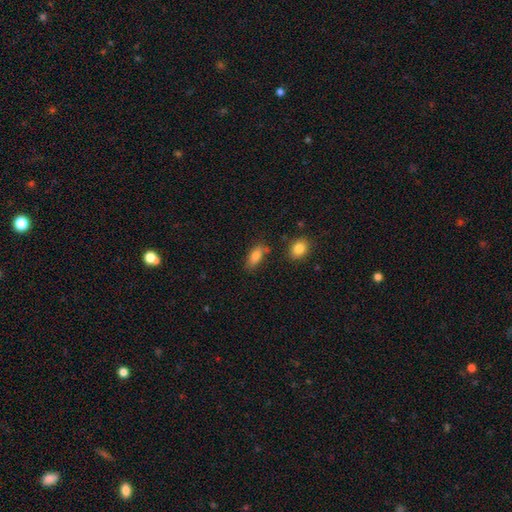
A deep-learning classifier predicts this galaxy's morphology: smooth 81%, featured or disk 11%, star or artifact 8%. Down the decision tree: how rounded — in between (82%); merging — none (70%).